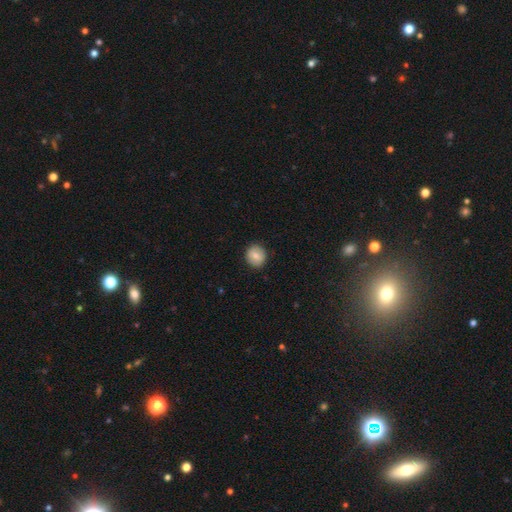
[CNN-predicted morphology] smooth 74%, featured or disk 18%, star or artifact 8%. Down the decision tree: how rounded — round (78%); merging — none (88%).